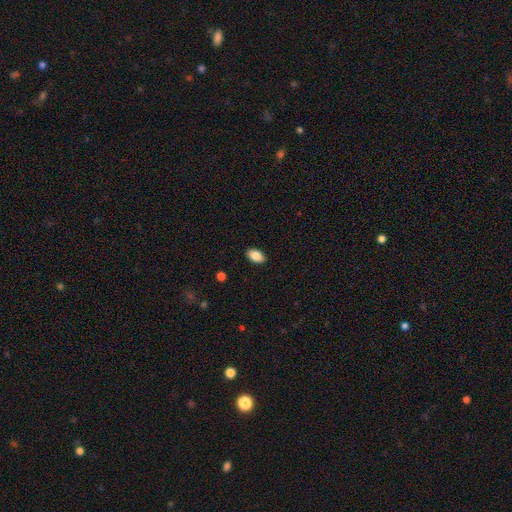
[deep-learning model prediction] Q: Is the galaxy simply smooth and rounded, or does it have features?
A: smooth — 88%.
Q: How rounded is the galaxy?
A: in between — 93%.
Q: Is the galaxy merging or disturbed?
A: none — 89%.